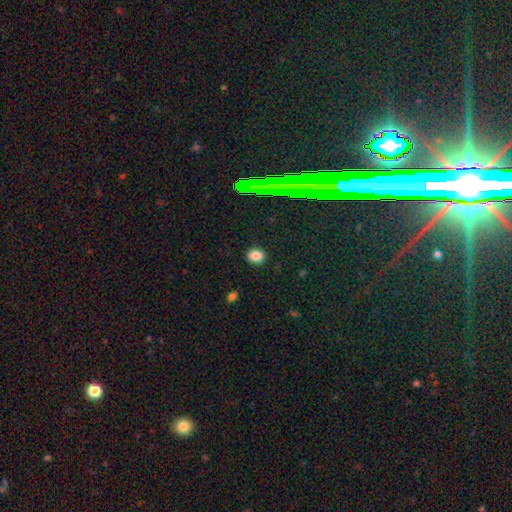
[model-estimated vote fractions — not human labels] Smooth or featured?
  - smooth: 82% *
  - star or artifact: 14%
  - featured or disk: 5%
How rounded?
  - round: 77% *
  - in between: 22%
  - cigar-shaped: 1%
Merging?
  - none: 89% *
  - minor disturbance: 7%
  - major disturbance: 2%
  - merger: 1%